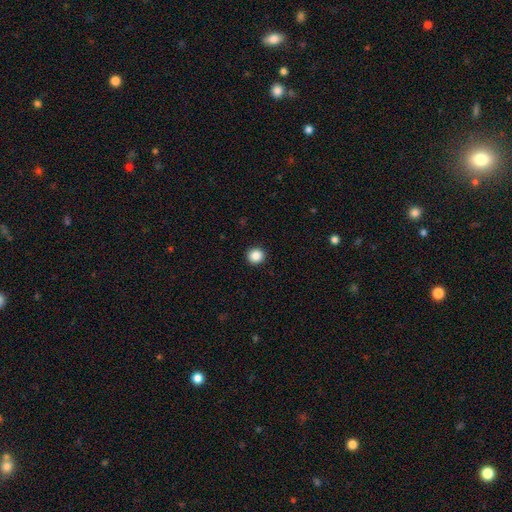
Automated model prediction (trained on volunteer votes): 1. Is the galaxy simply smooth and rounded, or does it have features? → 87% smooth, 10% star or artifact, 3% featured or disk.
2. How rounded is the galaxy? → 93% round, 6% in between, 1% cigar-shaped.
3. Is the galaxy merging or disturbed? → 93% none, 4% minor disturbance, 2% major disturbance, 1% merger.